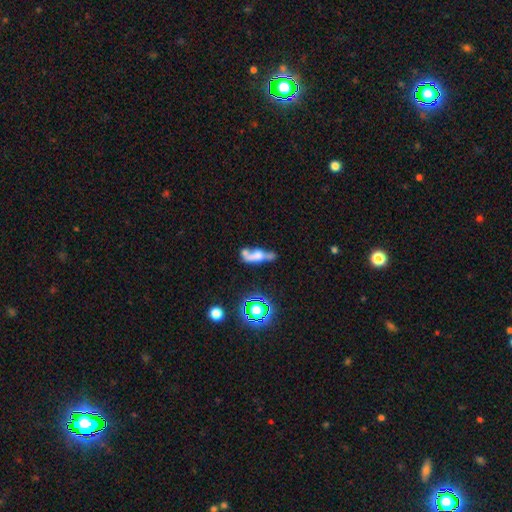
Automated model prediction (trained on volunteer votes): Overall: featured or disk (45%; smooth 39%). Merging: merger (38%; none 26%).